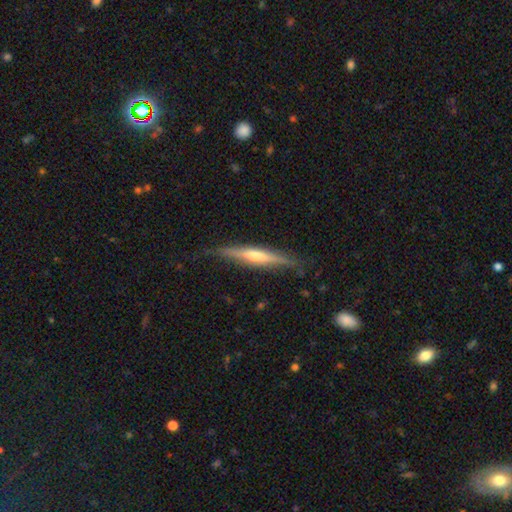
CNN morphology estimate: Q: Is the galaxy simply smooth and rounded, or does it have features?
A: featured or disk — 61%.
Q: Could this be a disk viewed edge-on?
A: yes — 95%.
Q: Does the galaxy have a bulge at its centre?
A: rounded — 56%.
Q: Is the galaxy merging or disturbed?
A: none — 81%.